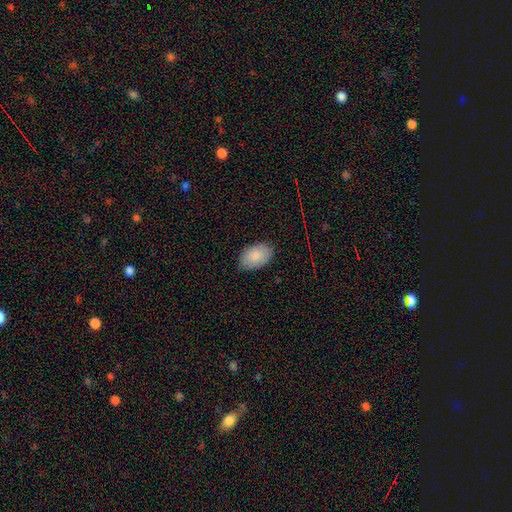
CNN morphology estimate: Smooth or featured? Predicted: smooth (p=0.88). How rounded? Predicted: in between (p=0.92). Merging? Predicted: none (p=0.85).